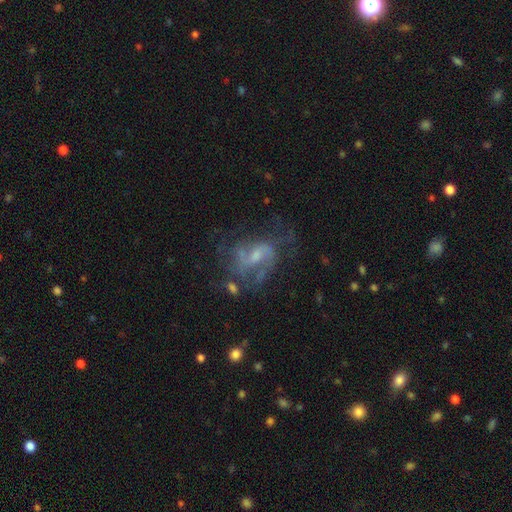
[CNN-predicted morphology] Overall: featured or disk (73%). Edge-on disk: no (97%). Bar: weak (49%; no 39%). Spiral arms: yes (75%). Spiral arm count: 2 (44%; can't tell 30%). Spiral winding: medium (44%; loose 36%). Bulge size: small (46%; moderate 33%). Merging: none (46%; major disturbance 28%).